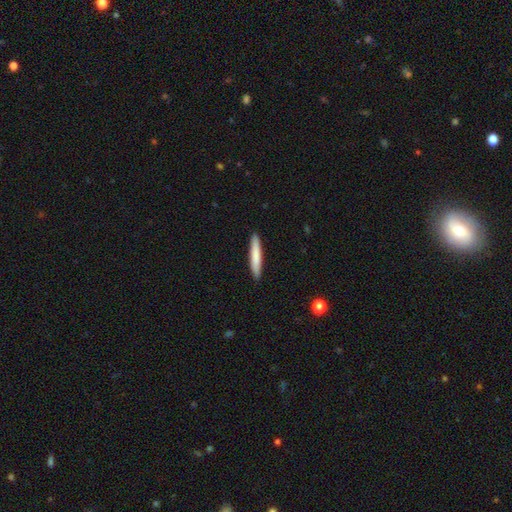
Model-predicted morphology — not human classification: A smooth galaxy with no disk features (79%) that is cigar-shaped (93%). Merging: none (91%).